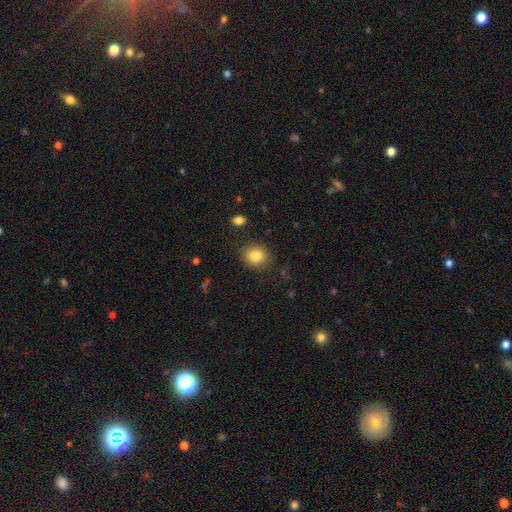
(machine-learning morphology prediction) smooth 84%, star or artifact 10%, featured or disk 6%. Down the decision tree: how rounded — round (67%); merging — none (86%).